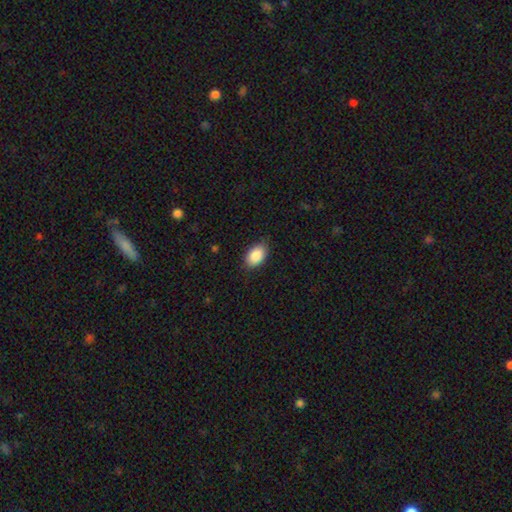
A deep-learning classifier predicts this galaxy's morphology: smooth-or-featured: smooth: 89% | star or artifact: 7% | featured or disk: 5%
  how-rounded: in between: 90% | round: 9% | cigar-shaped: 1%
  merging: none: 83% | minor disturbance: 13% | major disturbance: 3% | merger: 1%